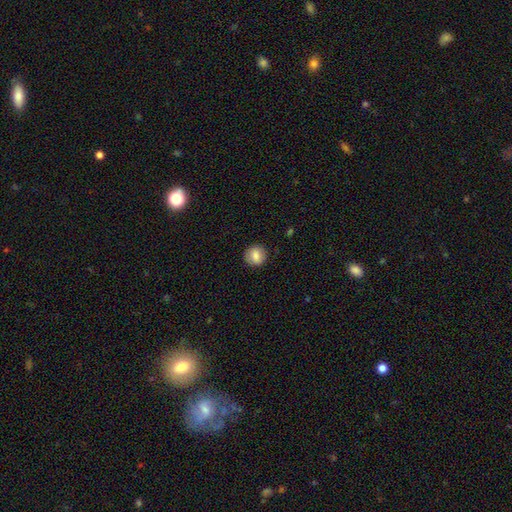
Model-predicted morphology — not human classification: Smooth or featured?
  - smooth: 82% *
  - featured or disk: 10%
  - star or artifact: 8%
How rounded?
  - round: 88% *
  - in between: 11%
  - cigar-shaped: 1%
Merging?
  - none: 88% *
  - minor disturbance: 8%
  - major disturbance: 2%
  - merger: 1%